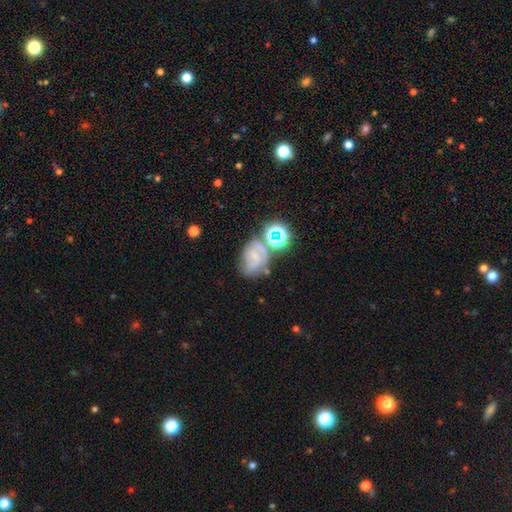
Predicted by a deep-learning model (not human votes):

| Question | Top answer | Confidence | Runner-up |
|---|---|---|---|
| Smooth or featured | featured or disk | 53% | smooth (24%) |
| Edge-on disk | no | 97% | yes (3%) |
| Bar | no | 49% | weak (38%) |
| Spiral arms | yes | 84% | no (16%) |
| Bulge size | small | 63% | moderate (19%) |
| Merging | none | 49% | minor disturbance (20%) |